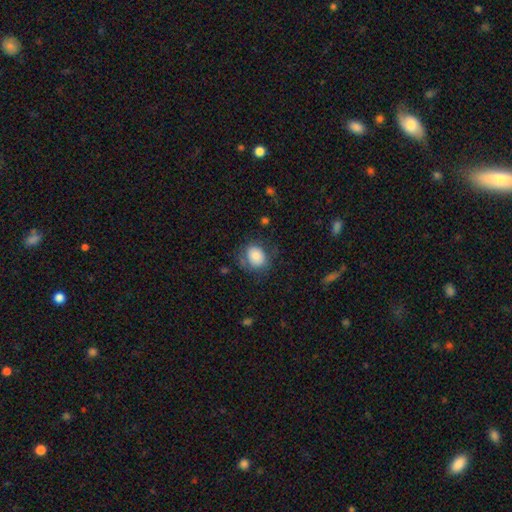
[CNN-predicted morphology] This is clearly a smooth galaxy (81%). How rounded: possibly round (60%). Merging: likely none (66%).